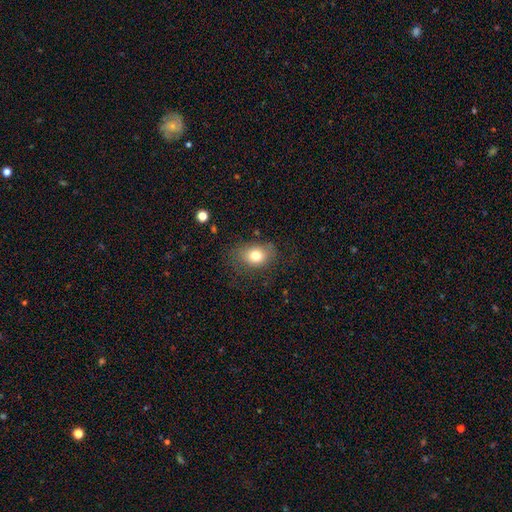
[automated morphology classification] Q: Smooth or featured?
A: smooth (77%); runner-up: featured or disk (12%)
Q: How rounded?
A: in between (62%); runner-up: round (37%)
Q: Merging?
A: none (68%); runner-up: minor disturbance (21%)